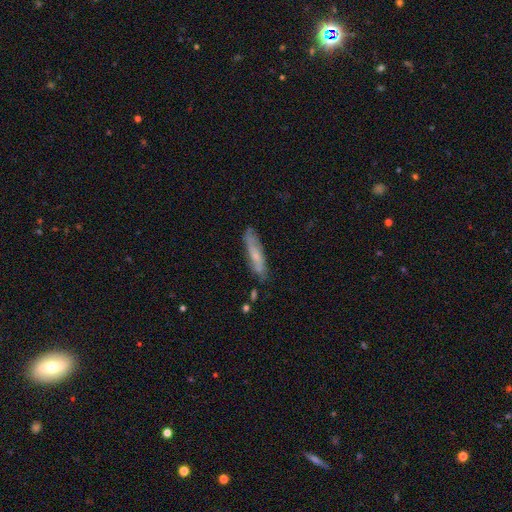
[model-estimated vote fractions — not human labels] Smooth or featured? Predicted: smooth (p=0.53). How rounded? Predicted: cigar-shaped (p=0.84). Merging? Predicted: none (p=0.76).